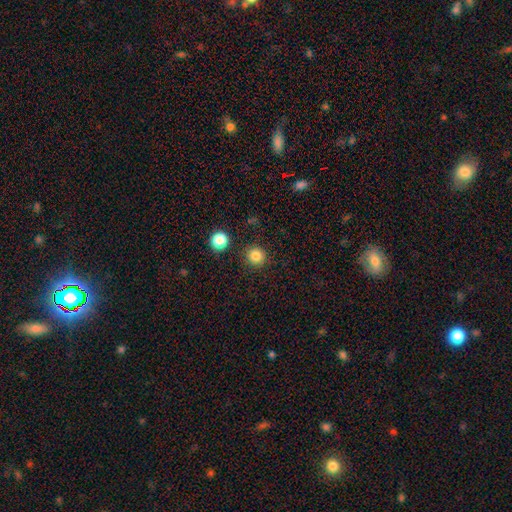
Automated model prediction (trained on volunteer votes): Overall: smooth (83%). How rounded: round (94%). Merging: none (90%).